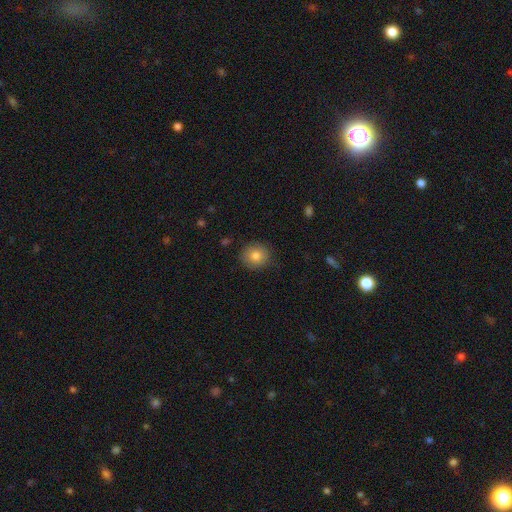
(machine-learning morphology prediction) Smooth or featured? smooth (82%)
How rounded? round (89%)
Merging? none (87%)